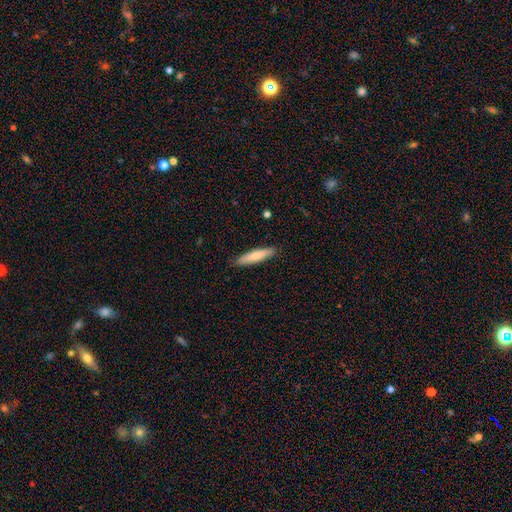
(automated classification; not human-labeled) This appears to be a smooth galaxy with no disk features (72%) that is cigar-shaped (83%). Merging: none (88%).